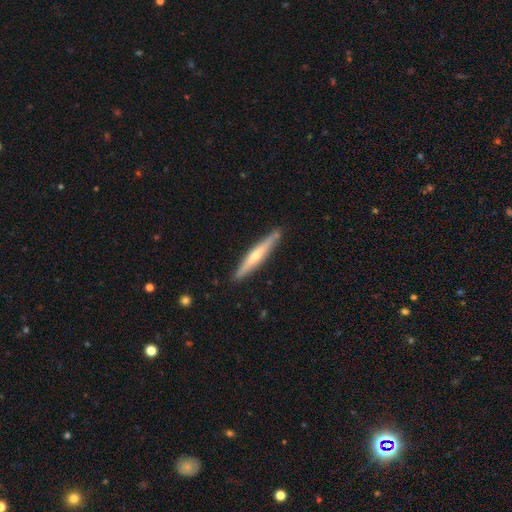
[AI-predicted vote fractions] Morphology: type=featured or disk (60%); edge-on=yes (95%); edge-on bulge=rounded (78%); merging=none (88%).